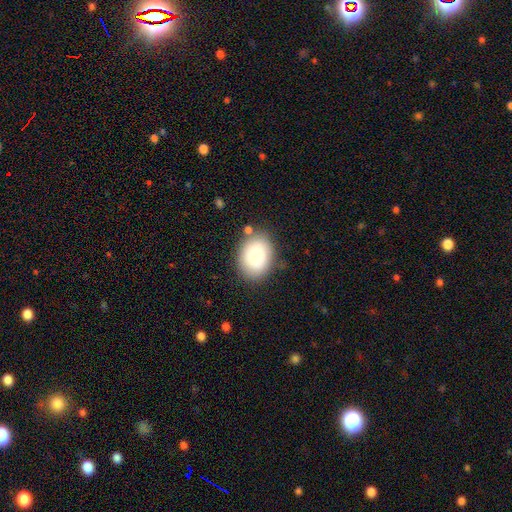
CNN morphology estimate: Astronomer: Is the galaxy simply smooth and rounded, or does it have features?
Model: smooth — 77%.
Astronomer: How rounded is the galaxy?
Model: in between — 62% (runner-up: round, 37%).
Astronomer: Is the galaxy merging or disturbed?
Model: none — 79%.